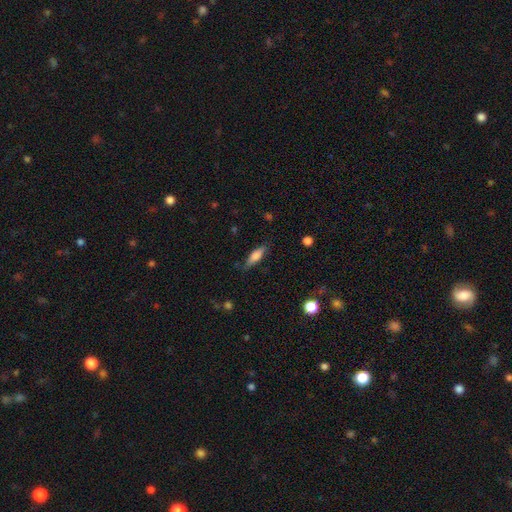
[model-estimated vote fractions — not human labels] Smooth or featured: smooth — 72% (featured or disk — 21%)
How rounded: cigar-shaped — 51% (in between — 47%)
Merging: none — 80% (minor disturbance — 15%)